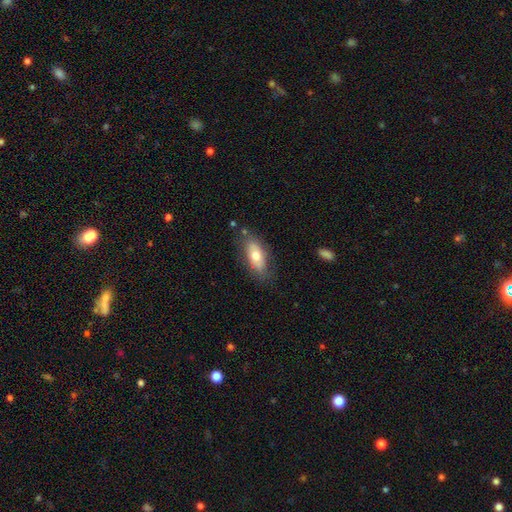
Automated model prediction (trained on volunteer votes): Smooth or featured?
  - smooth: 67% *
  - featured or disk: 26%
  - star or artifact: 6%
How rounded?
  - in between: 82% *
  - cigar-shaped: 15%
  - round: 3%
Merging?
  - none: 75% *
  - minor disturbance: 18%
  - major disturbance: 5%
  - merger: 3%